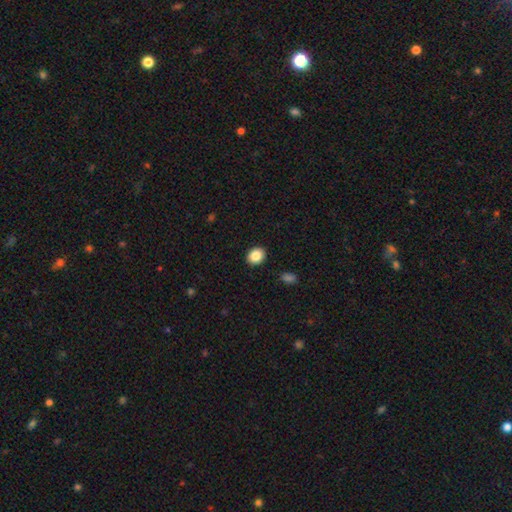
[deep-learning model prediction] Smooth or featured? Predicted: smooth (p=0.87). How rounded? Predicted: round (p=0.62). Merging? Predicted: none (p=0.91).